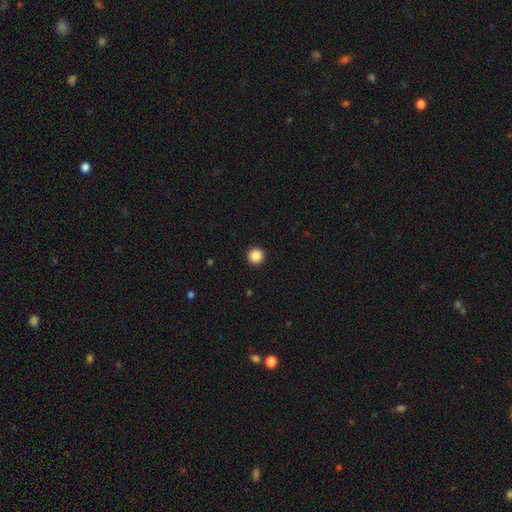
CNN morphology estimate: Q: Smooth or featured?
A: smooth (87%); runner-up: star or artifact (10%)
Q: How rounded?
A: round (96%); runner-up: in between (3%)
Q: Merging?
A: none (94%); runner-up: minor disturbance (4%)